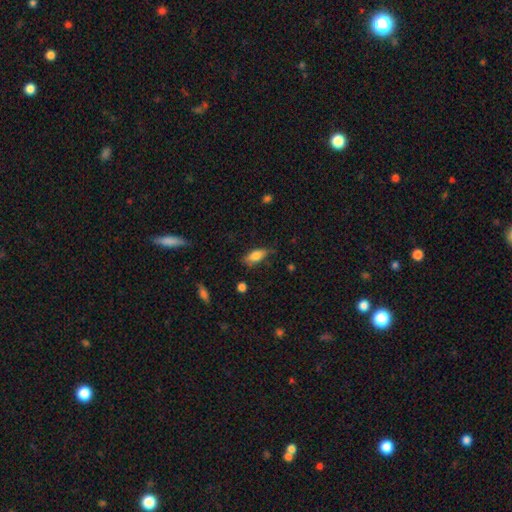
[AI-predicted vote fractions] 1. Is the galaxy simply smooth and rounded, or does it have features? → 75% smooth, 18% featured or disk, 7% star or artifact.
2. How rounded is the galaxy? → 79% in between, 18% cigar-shaped, 3% round.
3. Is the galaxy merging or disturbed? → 64% none, 27% minor disturbance, 7% major disturbance, 2% merger.